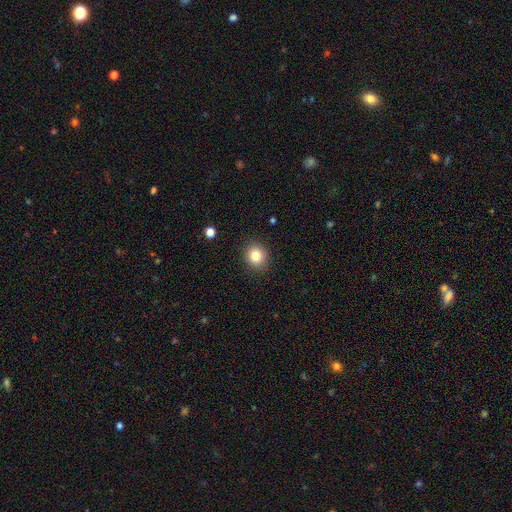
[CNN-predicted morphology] This is clearly a smooth galaxy (82%). How rounded: clearly round (85%). Merging: clearly none (90%).